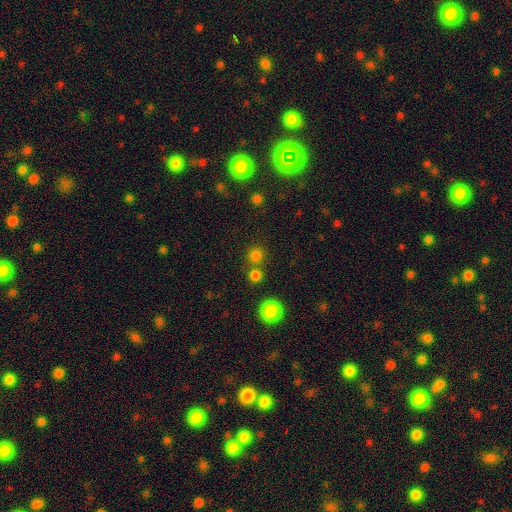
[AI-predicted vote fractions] A smooth galaxy with no disk features (78%) that is round (92%).

Vote fractions:
- Smooth or featured? smooth: 78% / star or artifact: 17% / featured or disk: 5%
- How rounded? round: 92% / in between: 7% / cigar-shaped: 1%
- Merging? none: 74% / merger: 17% / minor disturbance: 6% / major disturbance: 3%